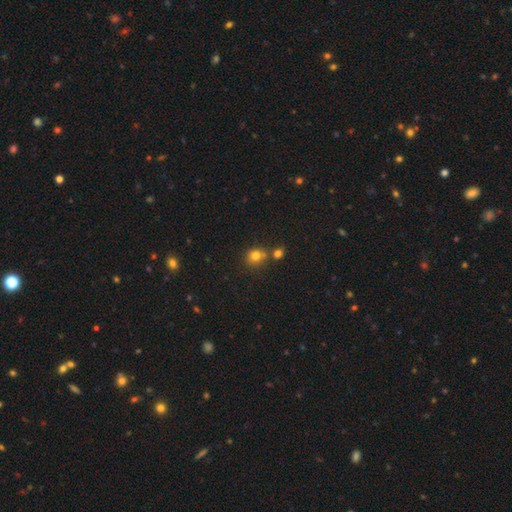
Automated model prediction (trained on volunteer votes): Smooth or featured? smooth (77%)
How rounded? round (82%)
Merging? none (56%)